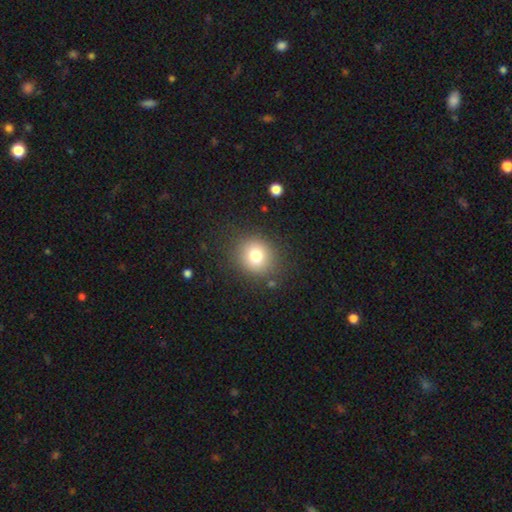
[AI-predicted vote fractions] smooth_or_featured: smooth (p=0.77) [alt: star or artifact p=0.12]
how_rounded: round (p=0.84) [alt: in between p=0.15]
merging: none (p=0.86) [alt: minor disturbance p=0.09]